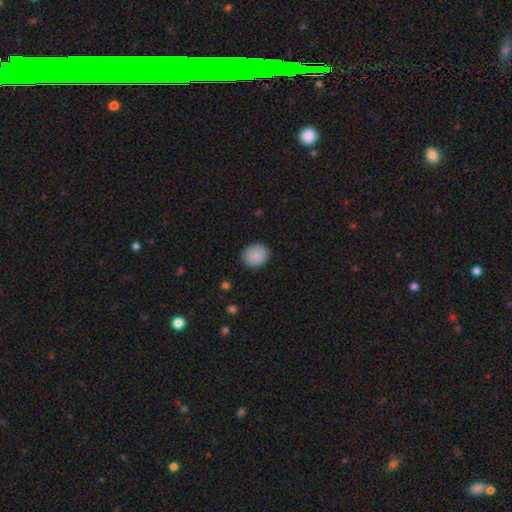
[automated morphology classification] smooth 89%, star or artifact 8%, featured or disk 3%. Down the decision tree: how rounded — round (77%); merging — none (89%).